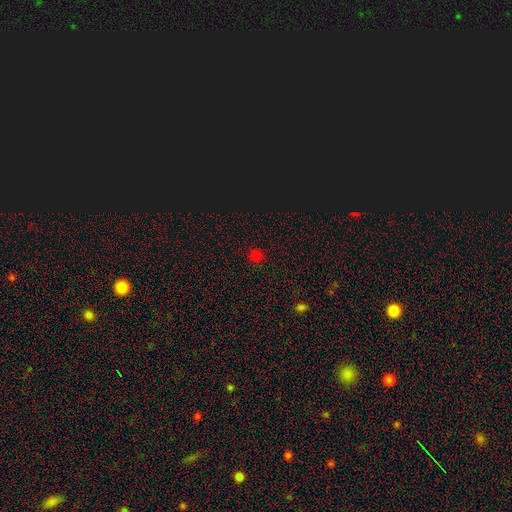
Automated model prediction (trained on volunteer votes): The model was most divided on "smooth or featured": smooth: 71%, star or artifact: 25%, featured or disk: 4%. More confident: how rounded — round (92%); merging — none (90%).